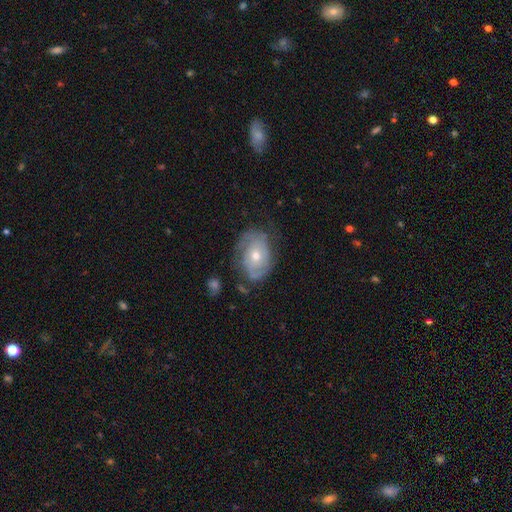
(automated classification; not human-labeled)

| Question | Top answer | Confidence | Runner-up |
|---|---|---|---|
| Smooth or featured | featured or disk | 69% | smooth (24%) |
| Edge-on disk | no | 95% | yes (5%) |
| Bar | no | 78% | weak (18%) |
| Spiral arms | yes | 80% | no (20%) |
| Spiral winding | tight | 56% | medium (31%) |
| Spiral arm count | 2 | 43% | can't tell (37%) |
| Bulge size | moderate | 58% | small (38%) |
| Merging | none | 62% | minor disturbance (25%) |